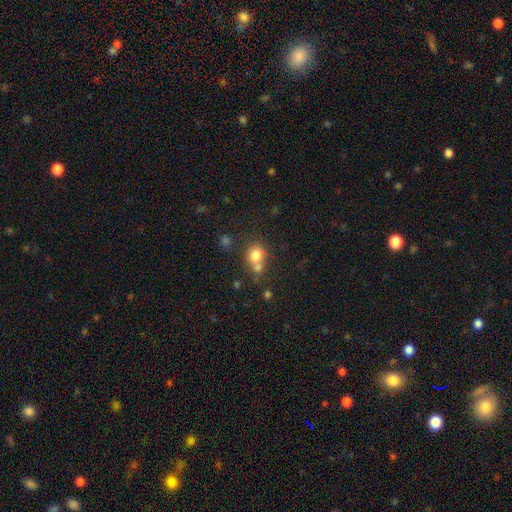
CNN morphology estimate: Q: Smooth or featured?
A: smooth (78%); runner-up: star or artifact (12%)
Q: How rounded?
A: round (80%); runner-up: in between (19%)
Q: Merging?
A: none (45%); runner-up: merger (41%)